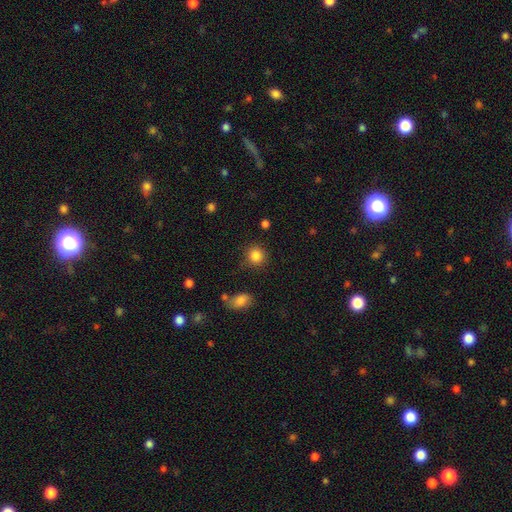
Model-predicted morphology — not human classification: Smooth or featured?
  - smooth: 85% *
  - star or artifact: 10%
  - featured or disk: 4%
How rounded?
  - round: 90% *
  - in between: 9%
  - cigar-shaped: 1%
Merging?
  - none: 86% *
  - minor disturbance: 8%
  - major disturbance: 3%
  - merger: 2%